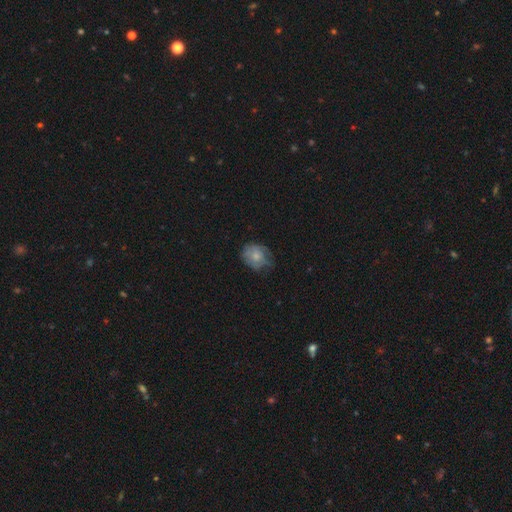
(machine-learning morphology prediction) This appears to be a smooth galaxy with no disk features (60%) that is round (56%). Merging: none (53%).